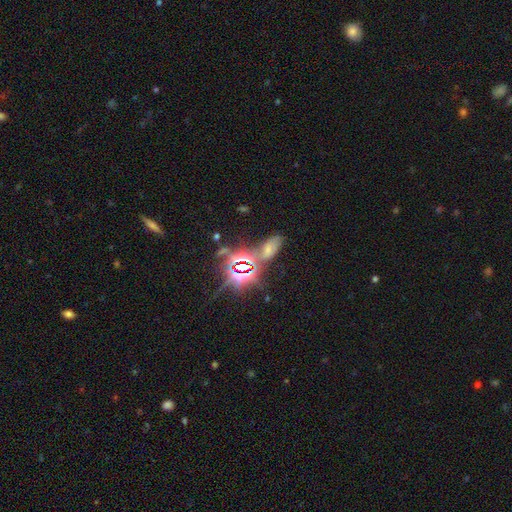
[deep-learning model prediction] A star or artifact, not a galaxy (46%).

Vote fractions:
- Smooth or featured? star or artifact: 46% / smooth: 31% / featured or disk: 23%